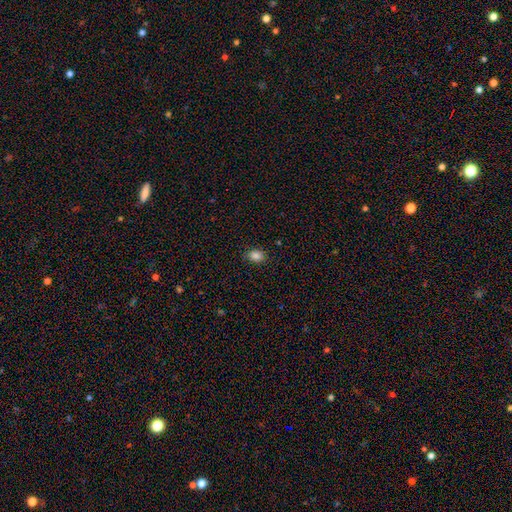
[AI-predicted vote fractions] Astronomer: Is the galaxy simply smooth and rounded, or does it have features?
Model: smooth — 85%.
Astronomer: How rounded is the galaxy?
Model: in between — 65%.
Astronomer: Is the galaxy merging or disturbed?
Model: none — 82%.